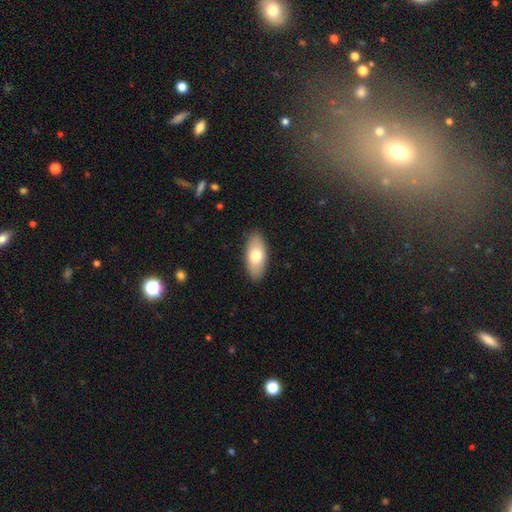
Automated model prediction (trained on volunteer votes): A smooth galaxy with no disk features (74%) that is in between round and cigar-shaped (88%). Merging: none (88%).